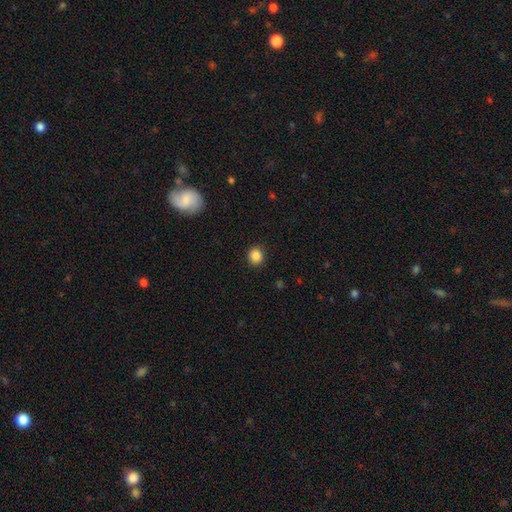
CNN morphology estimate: Smooth or featured? smooth (86%)
How rounded? round (84%)
Merging? none (90%)